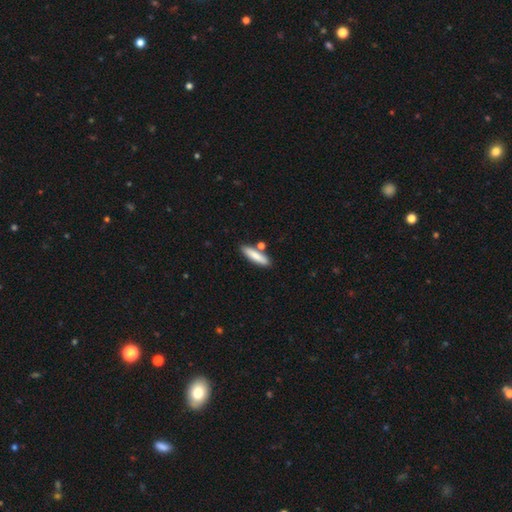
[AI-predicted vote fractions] smooth-or-featured: smooth: 82% | featured or disk: 12% | star or artifact: 6%
  how-rounded: cigar-shaped: 75% | in between: 23% | round: 2%
  merging: none: 78% | merger: 10% | minor disturbance: 10% | major disturbance: 2%